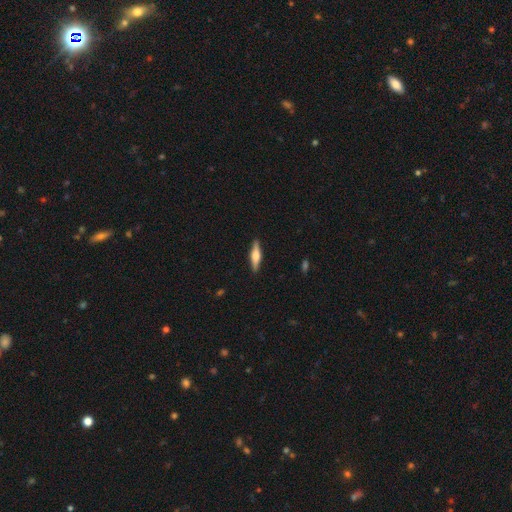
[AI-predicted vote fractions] Smooth or featured? Predicted: featured or disk (p=0.52). Edge-on disk? Predicted: yes (p=0.96). Merging? Predicted: none (p=0.90).